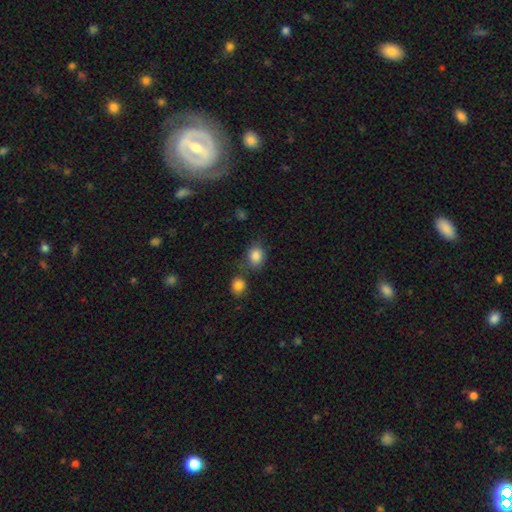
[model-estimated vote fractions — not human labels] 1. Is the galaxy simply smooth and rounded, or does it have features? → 85% smooth, 10% star or artifact, 5% featured or disk.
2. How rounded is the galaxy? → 50% round, 49% in between, 1% cigar-shaped.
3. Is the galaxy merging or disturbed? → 64% none, 16% merger, 15% minor disturbance, 5% major disturbance.